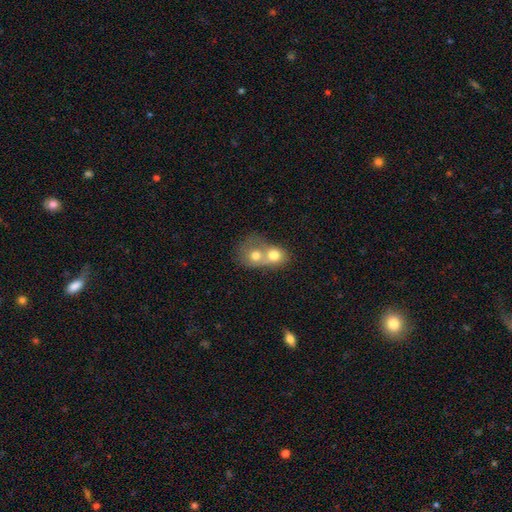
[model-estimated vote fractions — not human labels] Q: Smooth or featured?
A: smooth (69%); runner-up: featured or disk (23%)
Q: How rounded?
A: round (68%); runner-up: in between (31%)
Q: Merging?
A: merger (78%); runner-up: none (15%)